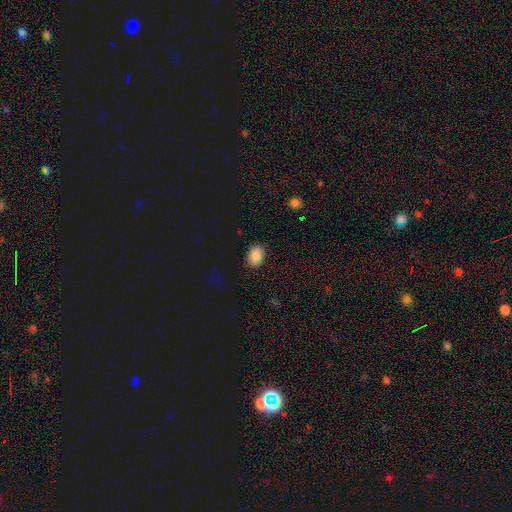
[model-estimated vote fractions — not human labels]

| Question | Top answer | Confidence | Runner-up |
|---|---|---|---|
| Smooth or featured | smooth | 87% | star or artifact (9%) |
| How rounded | in between | 85% | round (13%) |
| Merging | none | 85% | minor disturbance (11%) |